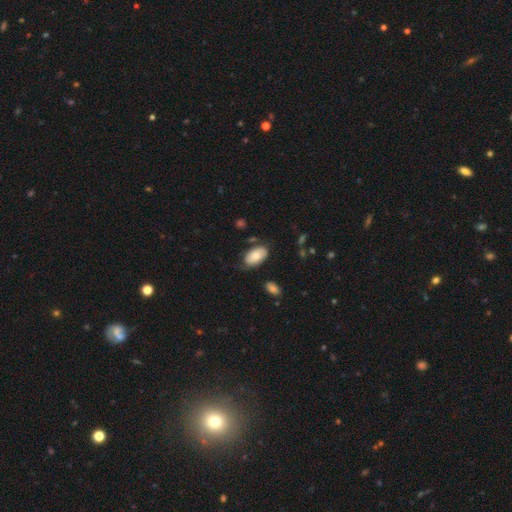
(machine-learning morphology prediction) Smooth or featured: smooth — 75% (featured or disk — 18%)
How rounded: in between — 94% (round — 4%)
Merging: none — 65% (minor disturbance — 24%)